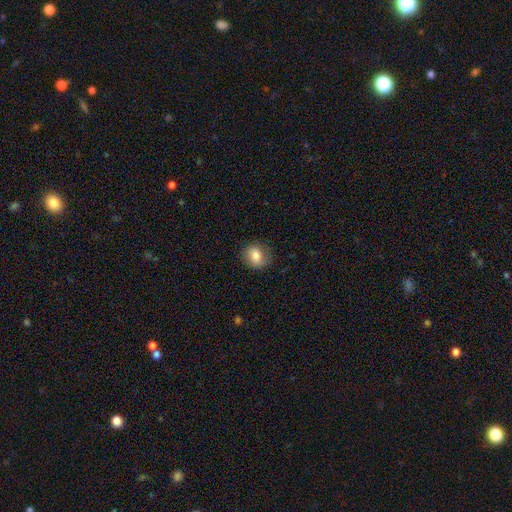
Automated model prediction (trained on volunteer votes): Overall: smooth (78%). How rounded: round (65%; in between 34%). Merging: none (81%).